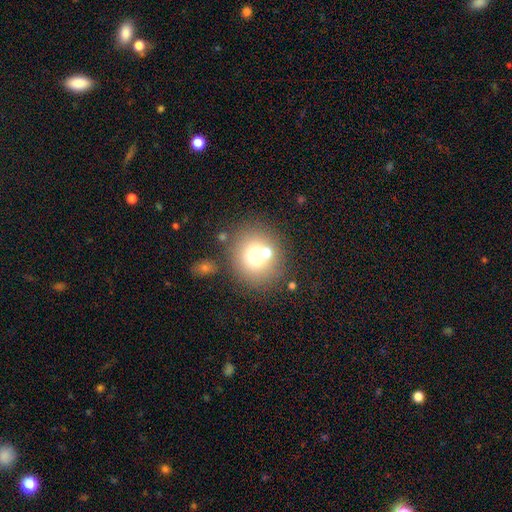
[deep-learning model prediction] Smooth or featured: smooth — 69% (star or artifact — 16%)
How rounded: round — 88% (in between — 11%)
Merging: none — 67% (merger — 18%)